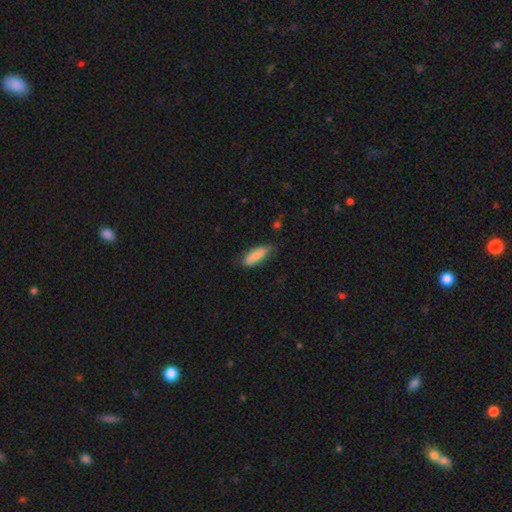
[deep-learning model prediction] A smooth galaxy with no disk features (85%) that is in between round and cigar-shaped (59%). Merging: none (73%).